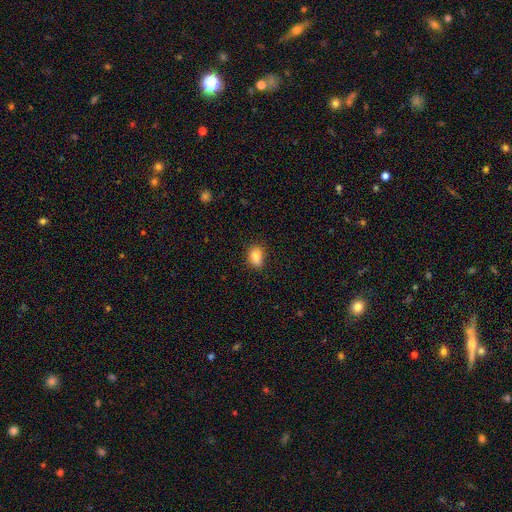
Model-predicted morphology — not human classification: Q: Smooth or featured?
A: smooth (85%); runner-up: star or artifact (10%)
Q: How rounded?
A: in between (74%); runner-up: round (24%)
Q: Merging?
A: none (73%); runner-up: minor disturbance (21%)